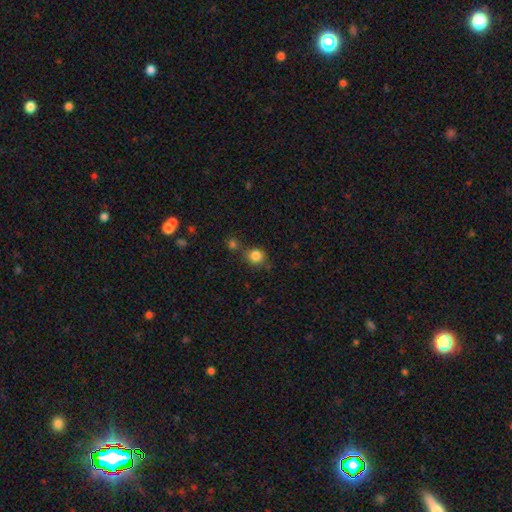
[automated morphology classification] Smooth or featured? Predicted: smooth (p=0.84). How rounded? Predicted: round (p=0.84). Merging? Predicted: none (p=0.71).